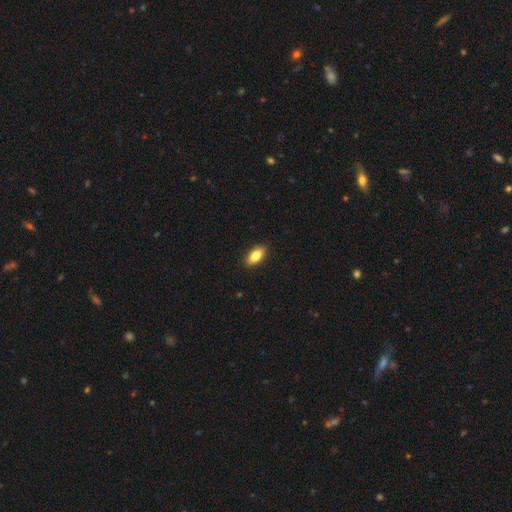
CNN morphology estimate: Smooth or featured? smooth (85%)
How rounded? in between (89%)
Merging? none (90%)